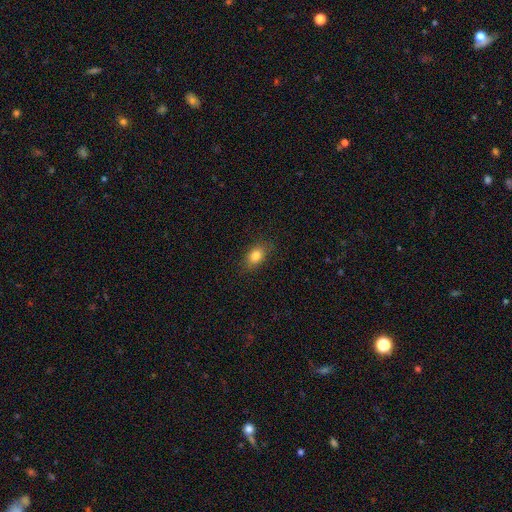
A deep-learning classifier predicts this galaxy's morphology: Smooth or featured? smooth (82%)
How rounded? in between (79%)
Merging? none (83%)